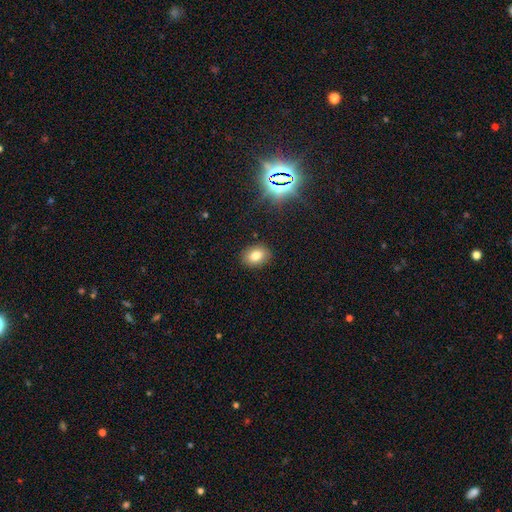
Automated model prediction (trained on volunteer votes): Smooth or featured? Predicted: smooth (p=0.78). How rounded? Predicted: in between (p=0.69). Merging? Predicted: none (p=0.87).